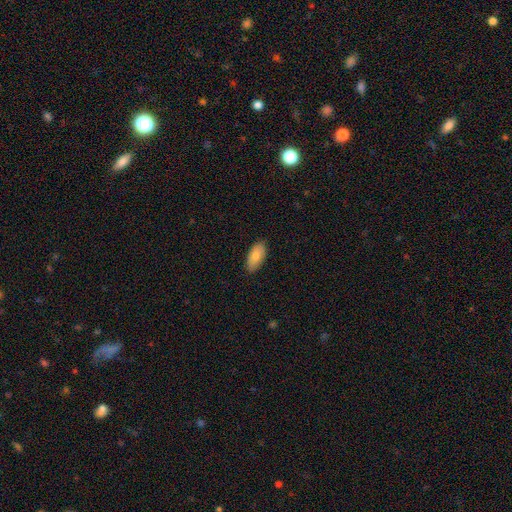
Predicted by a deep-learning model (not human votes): This is likely a smooth galaxy (79%). How rounded: clearly in between (92%). Merging: clearly none (87%).